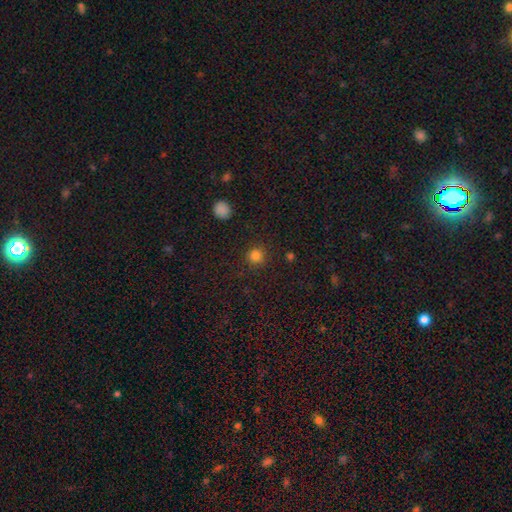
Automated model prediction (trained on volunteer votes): This is clearly a smooth galaxy (82%). How rounded: clearly round (93%). Merging: clearly none (88%).